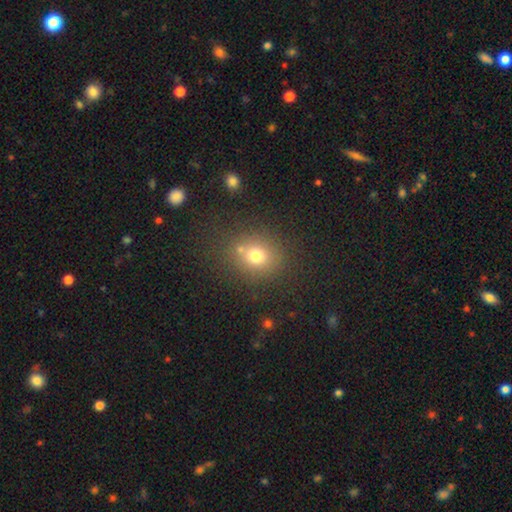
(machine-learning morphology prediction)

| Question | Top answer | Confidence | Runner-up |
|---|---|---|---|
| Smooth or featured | smooth | 73% | star or artifact (16%) |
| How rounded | round | 74% | in between (25%) |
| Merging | none | 72% | minor disturbance (12%) |